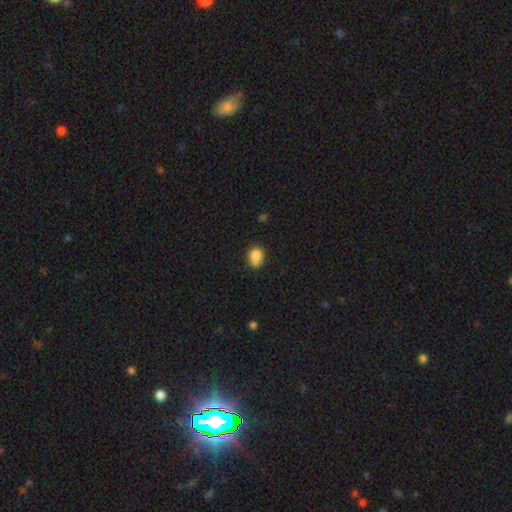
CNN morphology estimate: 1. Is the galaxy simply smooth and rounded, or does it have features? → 81% smooth, 10% star or artifact, 9% featured or disk.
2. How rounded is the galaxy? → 53% round, 46% in between, 1% cigar-shaped.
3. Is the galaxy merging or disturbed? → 49% none, 26% minor disturbance, 18% merger, 7% major disturbance.